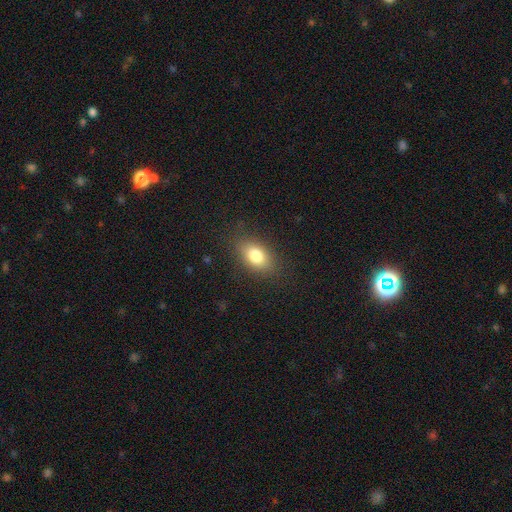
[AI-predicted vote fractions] Overall: smooth (81%). How rounded: in between (85%). Merging: none (84%).